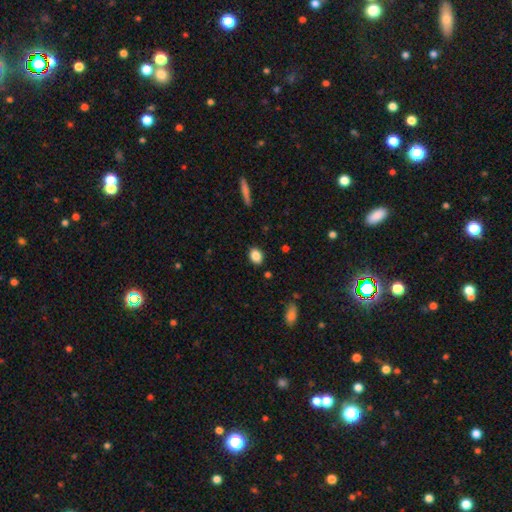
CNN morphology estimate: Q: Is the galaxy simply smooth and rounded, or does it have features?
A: smooth — 86%.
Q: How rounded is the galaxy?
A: in between — 70%.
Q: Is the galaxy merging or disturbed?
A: none — 87%.